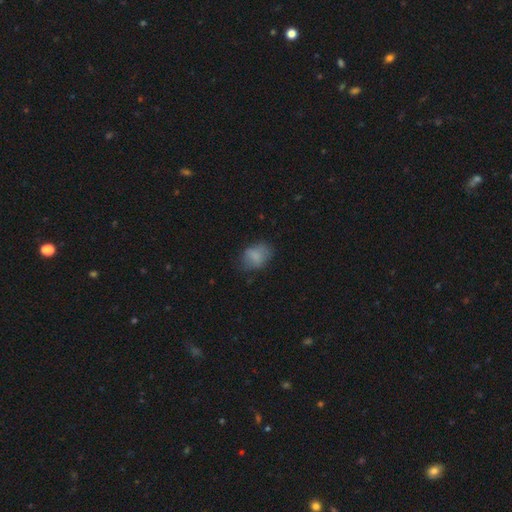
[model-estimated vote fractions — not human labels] smooth-or-featured: smooth: 76% | featured or disk: 14% | star or artifact: 10%
  how-rounded: in between: 69% | round: 30% | cigar-shaped: 1%
  merging: none: 61% | minor disturbance: 26% | major disturbance: 11% | merger: 2%